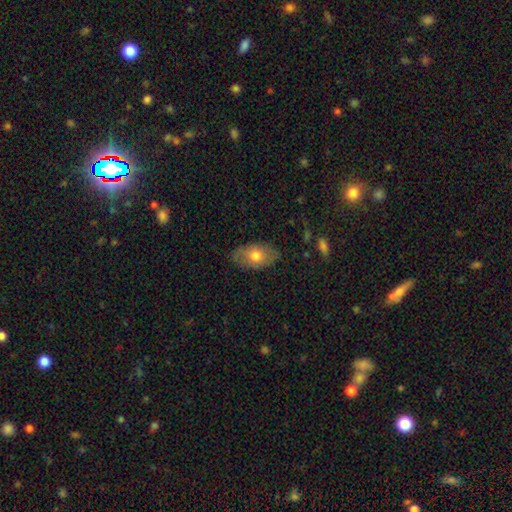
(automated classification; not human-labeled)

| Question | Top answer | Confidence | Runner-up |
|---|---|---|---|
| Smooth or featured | smooth | 67% | featured or disk (26%) |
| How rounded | in between | 91% | round (7%) |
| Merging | none | 77% | minor disturbance (18%) |